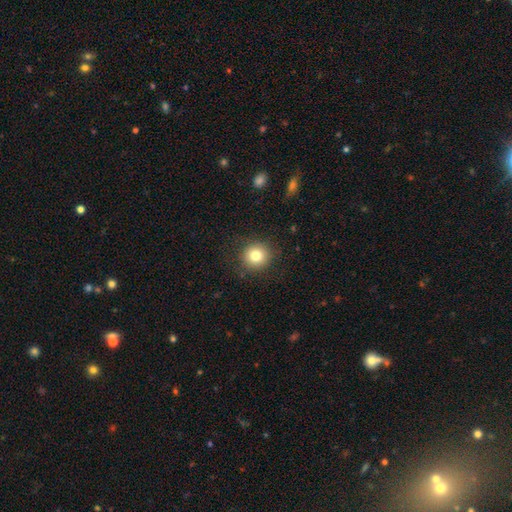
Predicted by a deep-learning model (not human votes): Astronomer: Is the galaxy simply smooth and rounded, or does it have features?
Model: smooth — 80%.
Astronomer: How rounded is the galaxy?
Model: round — 92%.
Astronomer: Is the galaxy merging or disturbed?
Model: none — 89%.